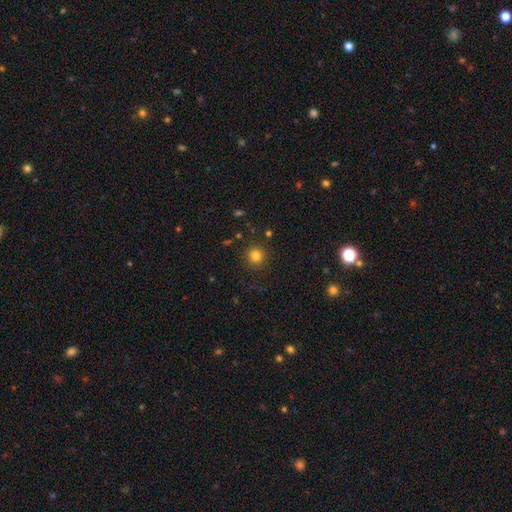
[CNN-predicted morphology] Smooth or featured? smooth (81%)
How rounded? round (93%)
Merging? none (89%)